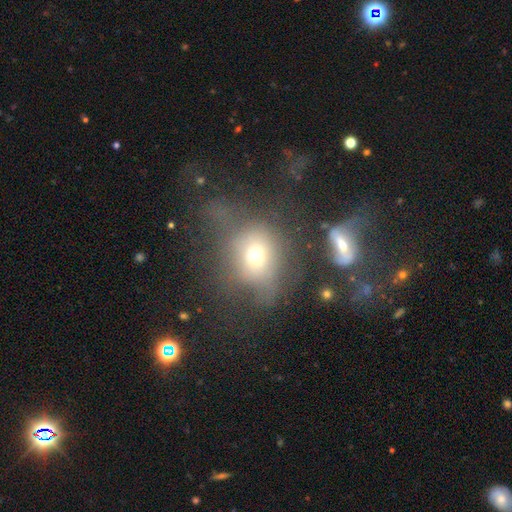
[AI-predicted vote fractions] A smooth galaxy with no disk features (63%) that is round (73%). Merging: none (39%).